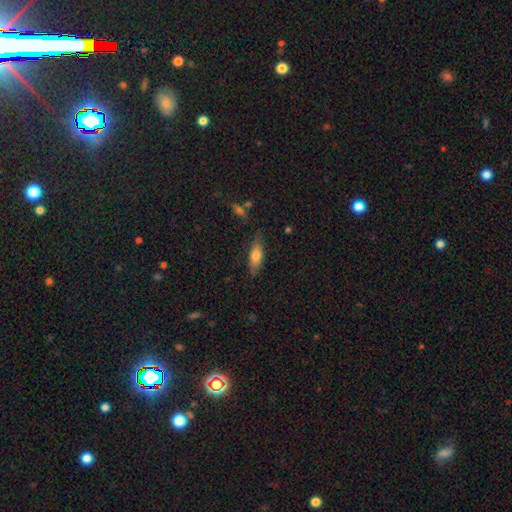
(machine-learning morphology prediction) Smooth or featured: smooth — 72% (featured or disk — 21%)
How rounded: in between — 59% (cigar-shaped — 39%)
Merging: none — 79% (minor disturbance — 16%)